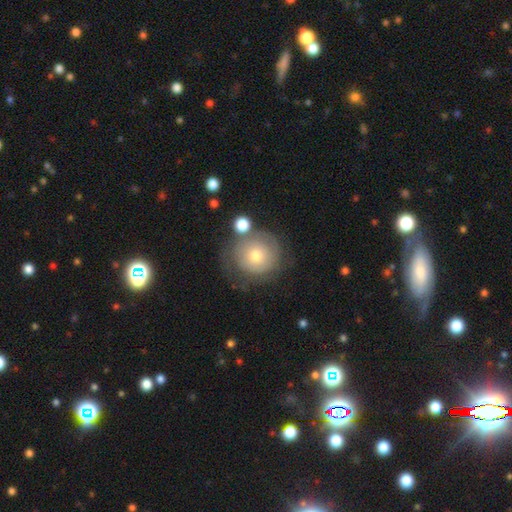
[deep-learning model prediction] Smooth or featured? Predicted: smooth (p=0.52). How rounded? Predicted: round (p=0.90). Merging? Predicted: none (p=0.63).